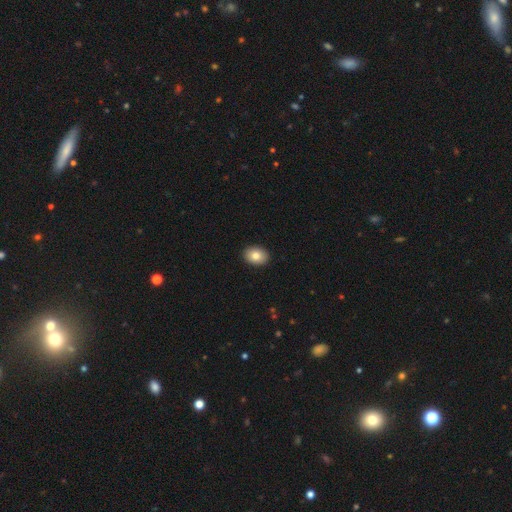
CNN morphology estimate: Smooth or featured? Predicted: smooth (p=0.82). How rounded? Predicted: in between (p=0.74). Merging? Predicted: none (p=0.91).